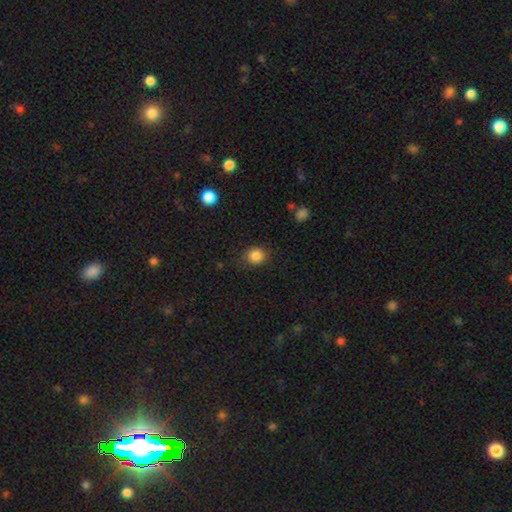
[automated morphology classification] This is clearly a smooth galaxy (85%). How rounded: likely round (77%). Merging: clearly none (81%).